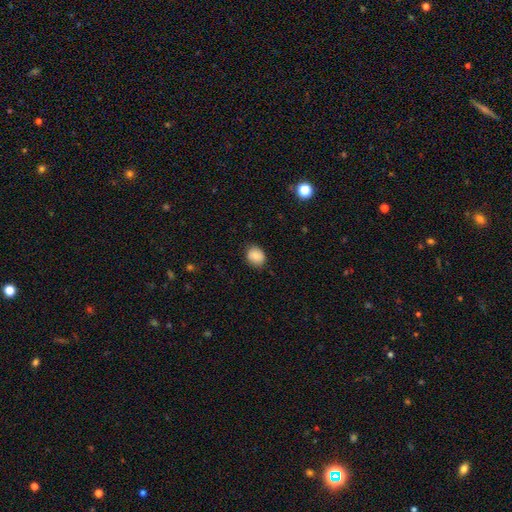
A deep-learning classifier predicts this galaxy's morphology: type=smooth (85%); roundness=round (62%); merging=none (82%).